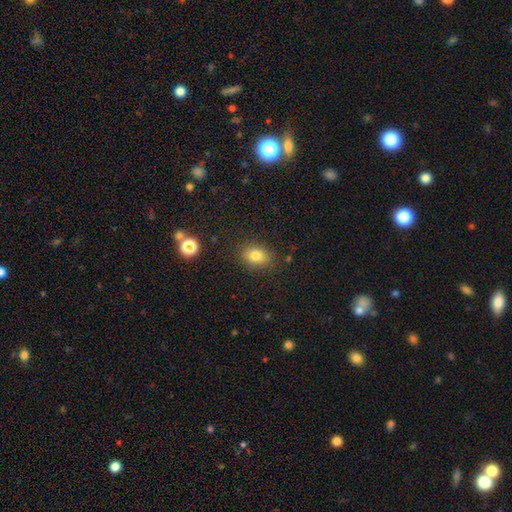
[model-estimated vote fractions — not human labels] Q: Smooth or featured?
A: smooth (80%); runner-up: star or artifact (11%)
Q: How rounded?
A: in between (63%); runner-up: round (35%)
Q: Merging?
A: none (85%); runner-up: minor disturbance (10%)